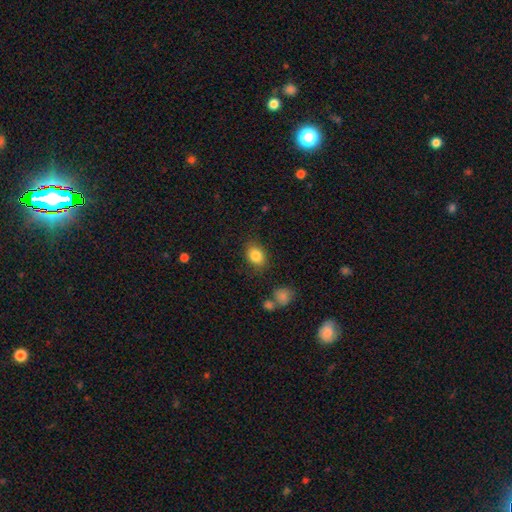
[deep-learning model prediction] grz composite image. It shows a smooth galaxy with no disk features (84%) that is in between round and cigar-shaped (64%). Merging: none (82%).